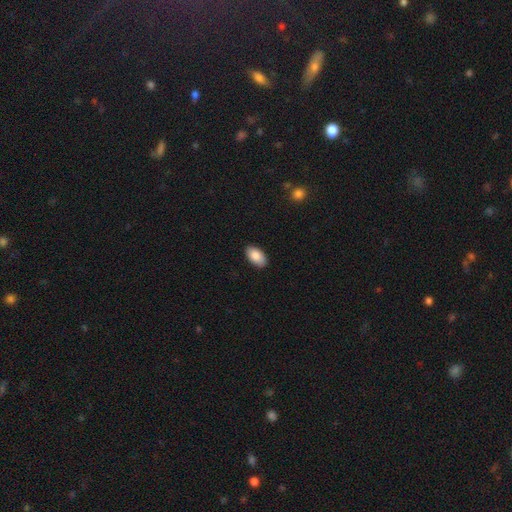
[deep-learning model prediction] This appears to be a smooth galaxy with no disk features (88%) that is in between round and cigar-shaped (95%). Merging: none (89%).